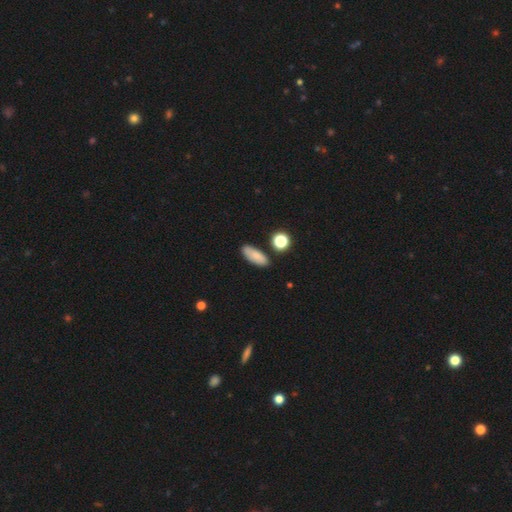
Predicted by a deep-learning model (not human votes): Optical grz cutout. It shows a smooth galaxy with no disk features (78%) that is in between round and cigar-shaped (75%). Merging: none (77%).